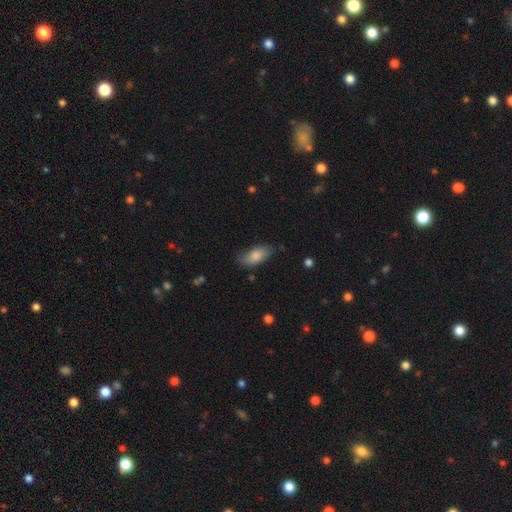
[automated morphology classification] Q: Smooth or featured?
A: smooth (79%); runner-up: featured or disk (14%)
Q: How rounded?
A: in between (87%); runner-up: cigar-shaped (10%)
Q: Merging?
A: none (70%); runner-up: minor disturbance (23%)